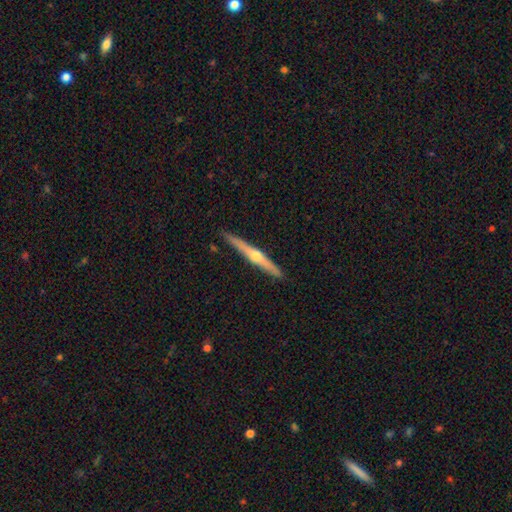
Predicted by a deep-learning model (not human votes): featured or disk 72%, smooth 22%, star or artifact 5%. Down the decision tree: edge-on disk — yes (98%); edge-on bulge — rounded (90%); merging — none (91%).